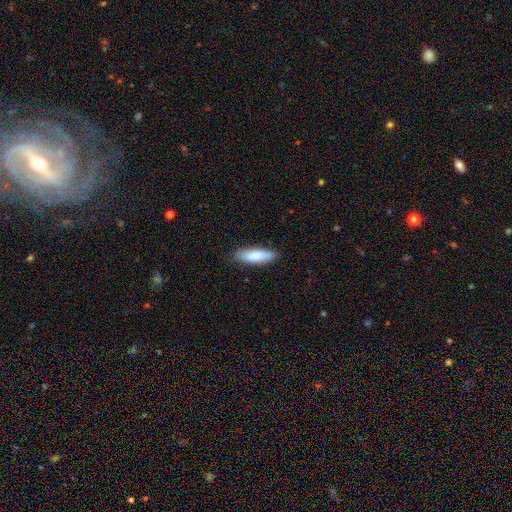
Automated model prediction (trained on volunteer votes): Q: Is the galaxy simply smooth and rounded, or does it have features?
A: smooth — 80%.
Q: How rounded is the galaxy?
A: in between — 52%.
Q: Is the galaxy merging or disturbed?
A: none — 83%.